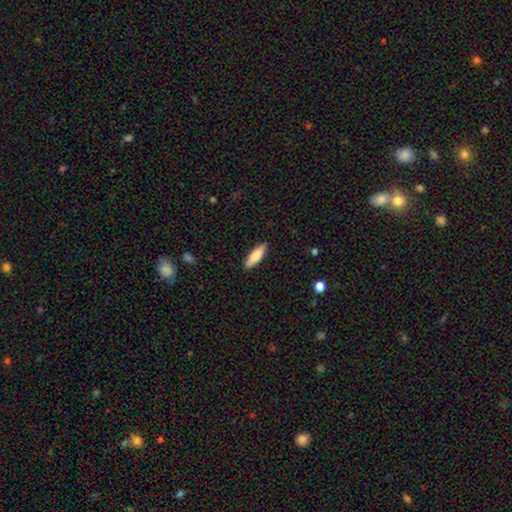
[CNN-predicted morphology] smooth 82%, featured or disk 13%, star or artifact 5%. Down the decision tree: how rounded — cigar-shaped (54%); merging — none (90%).